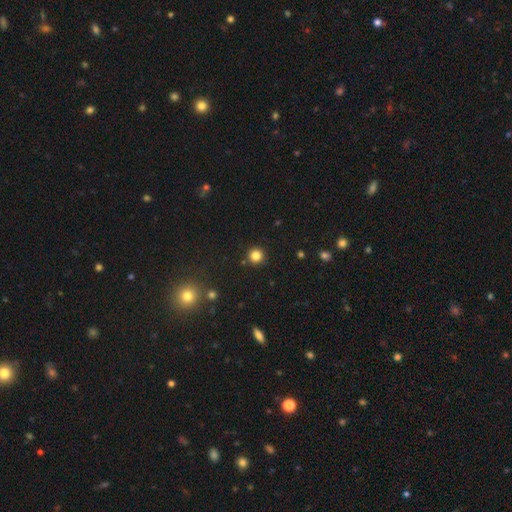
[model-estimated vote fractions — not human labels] smooth-or-featured: smooth: 83% | star or artifact: 13% | featured or disk: 4%
  how-rounded: round: 95% | in between: 4% | cigar-shaped: 1%
  merging: none: 90% | minor disturbance: 6% | merger: 2% | major disturbance: 2%